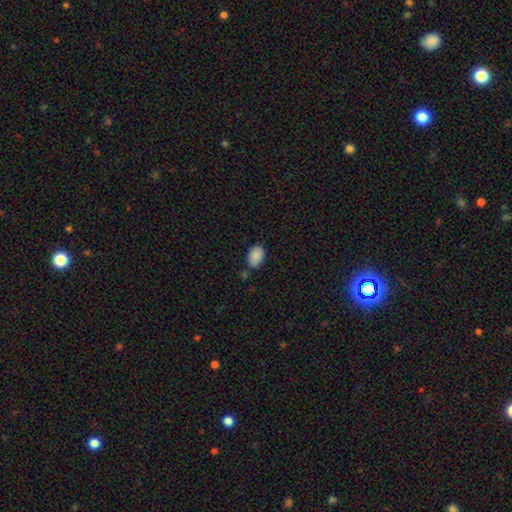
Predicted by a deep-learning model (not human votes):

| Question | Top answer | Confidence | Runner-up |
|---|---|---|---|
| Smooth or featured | smooth | 89% | star or artifact (7%) |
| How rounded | in between | 88% | round (11%) |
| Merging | none | 71% | minor disturbance (19%) |